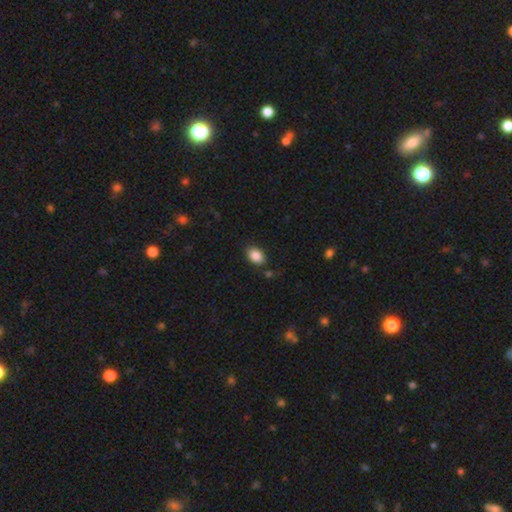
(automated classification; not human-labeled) Smooth or featured? smooth (88%)
How rounded? in between (83%)
Merging? none (85%)